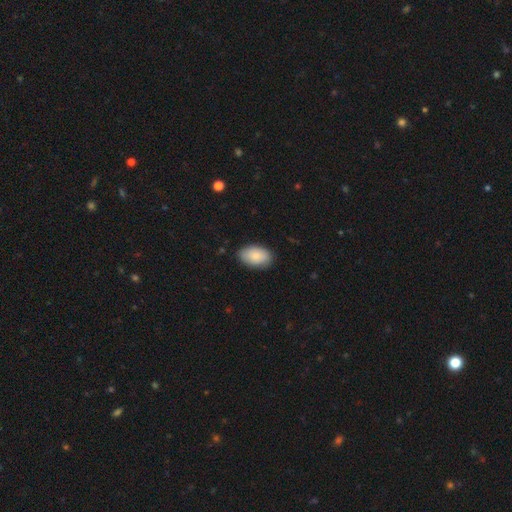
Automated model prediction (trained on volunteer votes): Smooth or featured? Predicted: smooth (p=0.84). How rounded? Predicted: in between (p=0.93). Merging? Predicted: none (p=0.85).